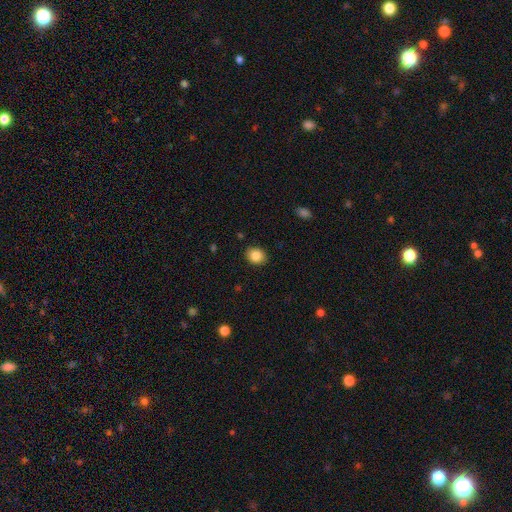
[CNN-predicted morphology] The model was most divided on "how rounded": in between: 51%, round: 48%, cigar-shaped: 1%. More confident: merging — none (89%); smooth or featured — smooth (86%).